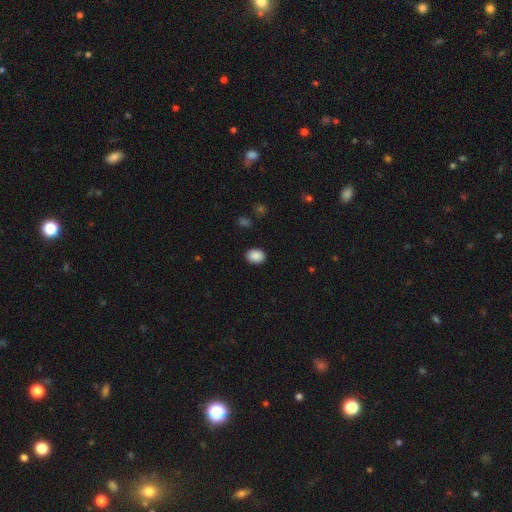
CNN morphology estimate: This is clearly a smooth galaxy (89%). How rounded: likely in between (61%). Merging: clearly none (89%).